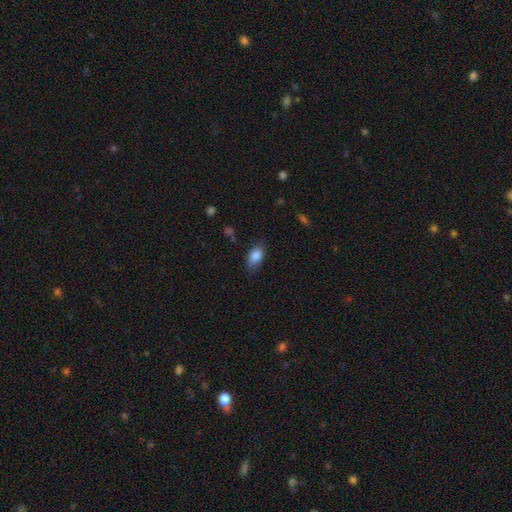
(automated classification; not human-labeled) The model was most divided on "merging": none: 71%, minor disturbance: 22%, major disturbance: 5%, merger: 1%. More confident: how rounded — in between (88%); smooth or featured — smooth (86%).